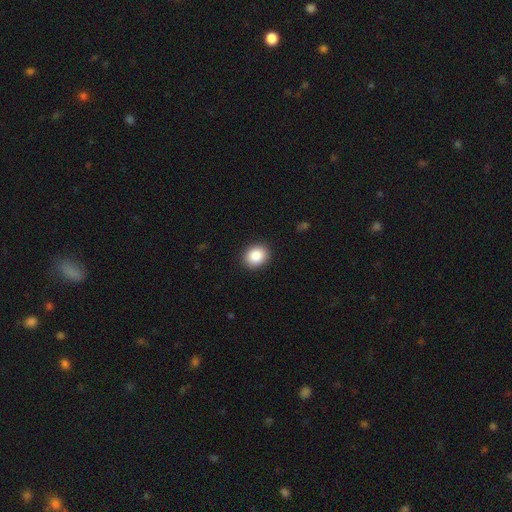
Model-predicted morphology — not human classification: Smooth or featured? smooth (88%)
How rounded? round (61%)
Merging? none (90%)